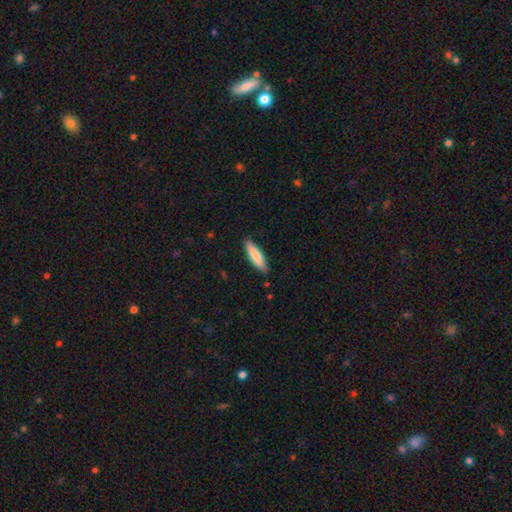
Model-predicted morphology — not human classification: type=smooth (81%); roundness=cigar-shaped (61%); merging=none (85%).